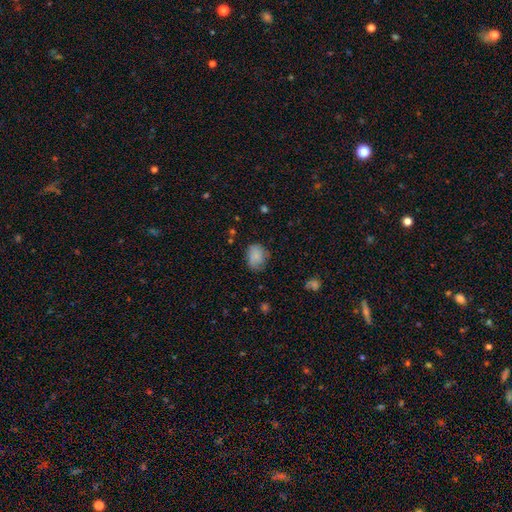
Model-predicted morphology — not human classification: A smooth galaxy with no disk features (82%) that is in between round and cigar-shaped (60%). Merging: none (65%).